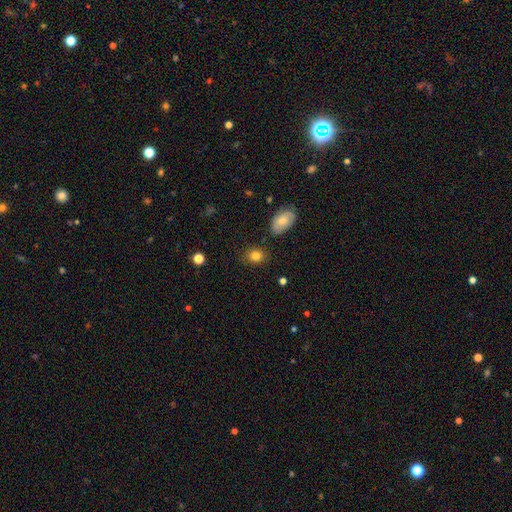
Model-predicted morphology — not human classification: This is clearly a smooth galaxy (83%). How rounded: possibly round (56%). Merging: clearly none (83%).